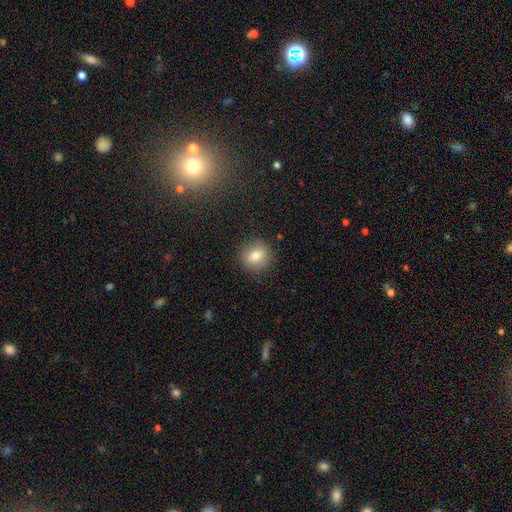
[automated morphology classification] smooth-or-featured: smooth: 77% | featured or disk: 12% | star or artifact: 11%
  how-rounded: round: 85% | in between: 13% | cigar-shaped: 1%
  merging: none: 87% | minor disturbance: 9% | major disturbance: 3% | merger: 1%